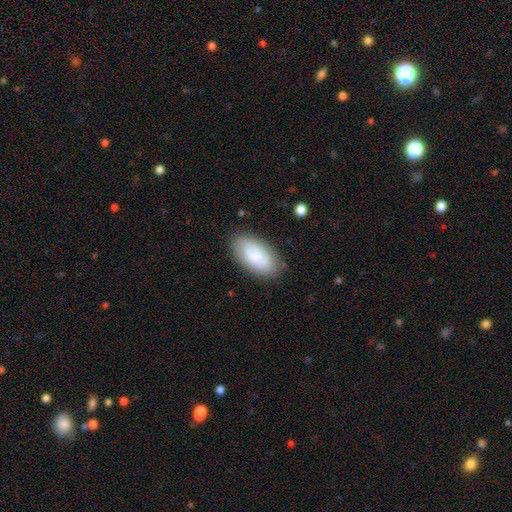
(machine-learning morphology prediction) Q: Smooth or featured?
A: smooth (71%); runner-up: featured or disk (22%)
Q: How rounded?
A: in between (94%); runner-up: round (3%)
Q: Merging?
A: none (81%); runner-up: minor disturbance (14%)